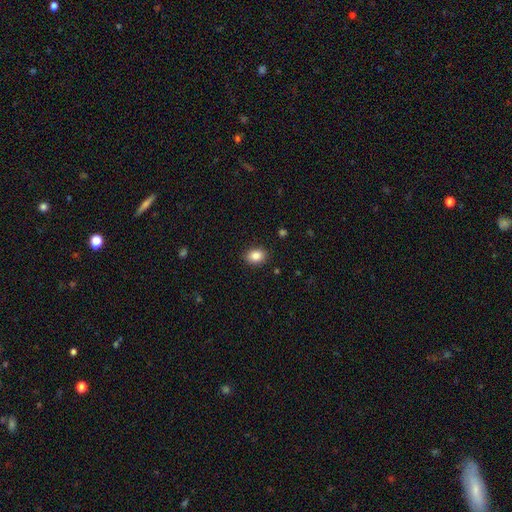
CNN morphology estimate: Smooth or featured? smooth (86%)
How rounded? in between (62%)
Merging? none (88%)